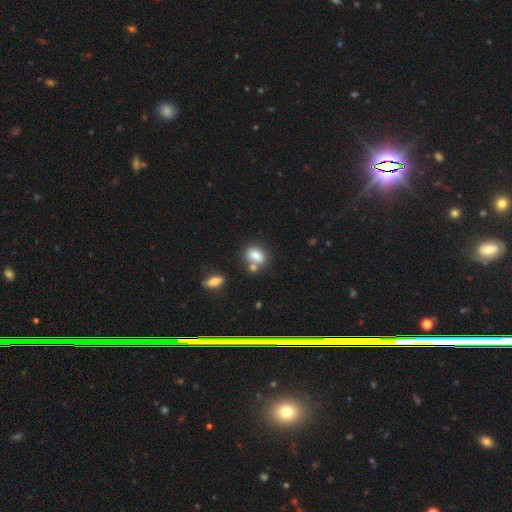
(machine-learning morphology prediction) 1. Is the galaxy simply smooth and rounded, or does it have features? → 79% smooth, 12% featured or disk, 9% star or artifact.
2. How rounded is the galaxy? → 74% in between, 23% round, 3% cigar-shaped.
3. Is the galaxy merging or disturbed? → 54% none, 30% merger, 13% minor disturbance, 4% major disturbance.